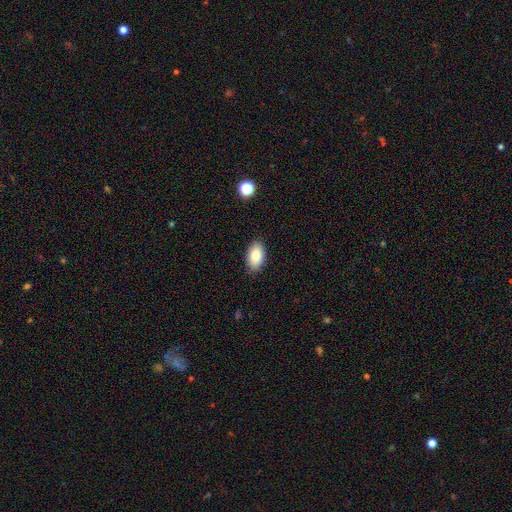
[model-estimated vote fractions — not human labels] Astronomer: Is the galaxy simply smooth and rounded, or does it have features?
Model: smooth — 86%.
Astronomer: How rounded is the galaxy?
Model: in between — 94%.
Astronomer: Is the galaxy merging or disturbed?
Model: none — 87%.